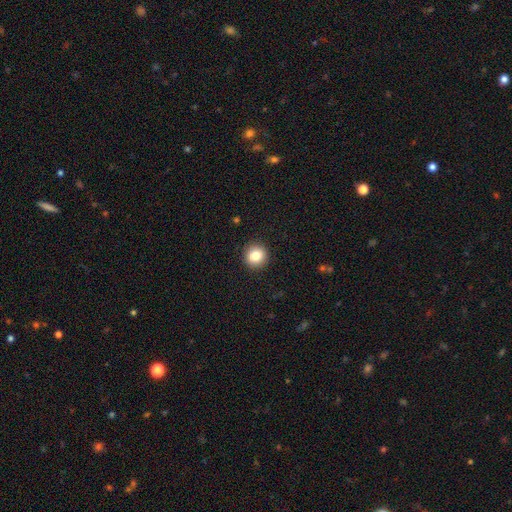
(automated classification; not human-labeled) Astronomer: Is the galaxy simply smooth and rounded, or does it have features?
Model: smooth — 83%.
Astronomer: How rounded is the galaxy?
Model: round — 92%.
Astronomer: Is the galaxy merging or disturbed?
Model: none — 92%.